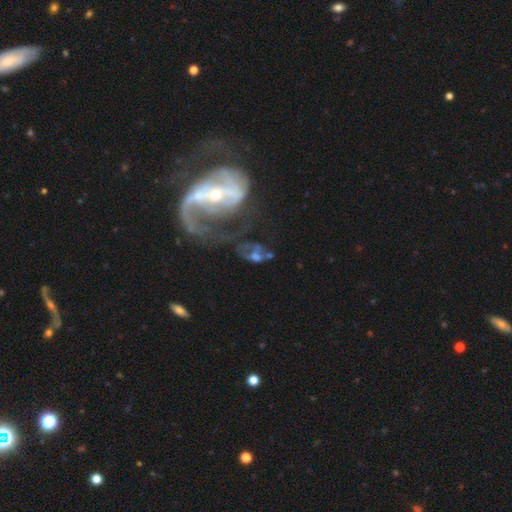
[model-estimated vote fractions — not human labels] Smooth or featured? featured or disk (66%)
Edge-on disk? no (94%)
Bar? no (53%)
Spiral arms? yes (64%)
Bulge size? moderate (41%)
Merging? major disturbance (33%)